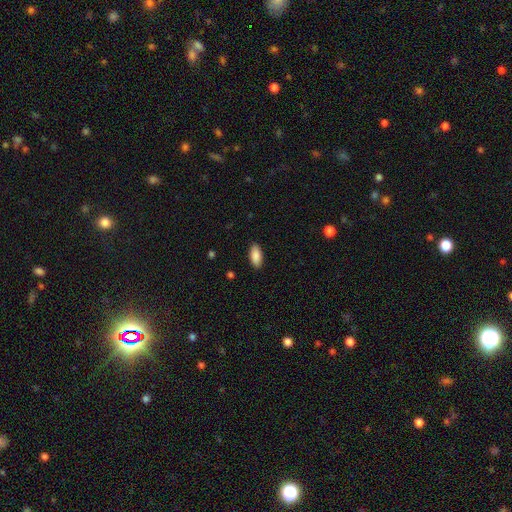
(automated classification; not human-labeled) smooth_or_featured: smooth (p=0.89) [alt: star or artifact p=0.06]
how_rounded: in between (p=0.88) [alt: cigar-shaped p=0.10]
merging: none (p=0.89) [alt: minor disturbance p=0.08]